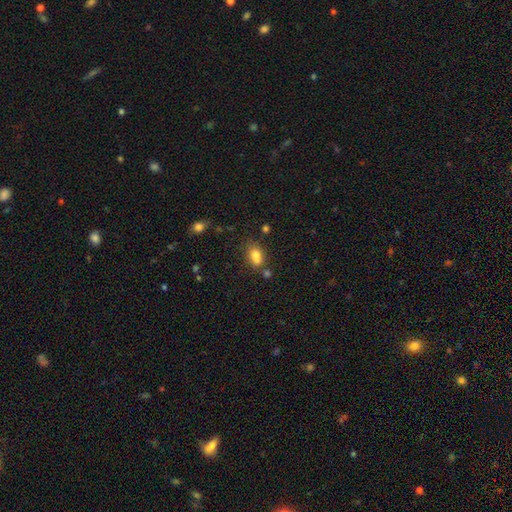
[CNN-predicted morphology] This is likely a smooth galaxy (76%). How rounded: likely in between (76%). Merging: possibly none (50%).